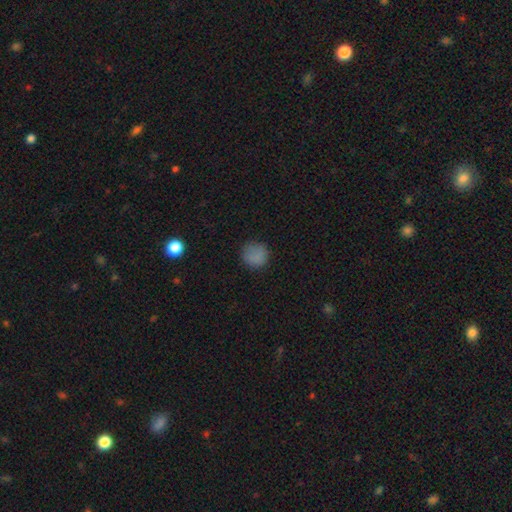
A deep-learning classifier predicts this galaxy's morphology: Overall: smooth (81%). How rounded: round (90%). Merging: none (81%).